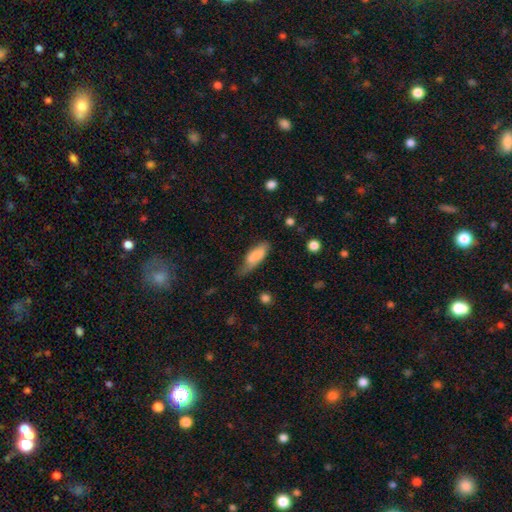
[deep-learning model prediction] The model was most divided on "merging": none: 41%, minor disturbance: 40%, major disturbance: 16%, merger: 3%. More confident: smooth or featured — smooth (78%); how rounded — in between (68%).